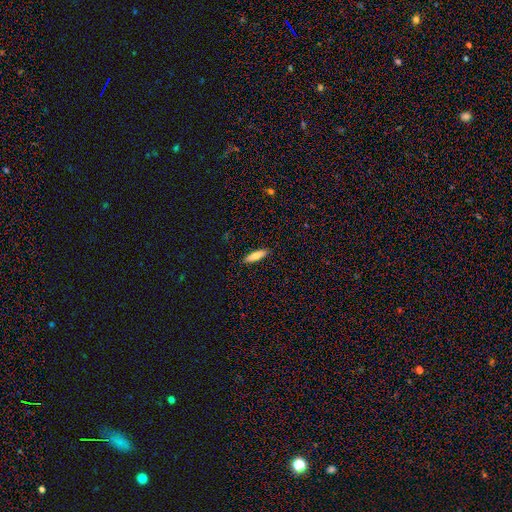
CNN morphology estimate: smooth-or-featured: smooth: 77% | featured or disk: 17% | star or artifact: 6%
  how-rounded: cigar-shaped: 66% | in between: 32% | round: 2%
  merging: none: 90% | minor disturbance: 8% | major disturbance: 2% | merger: 1%